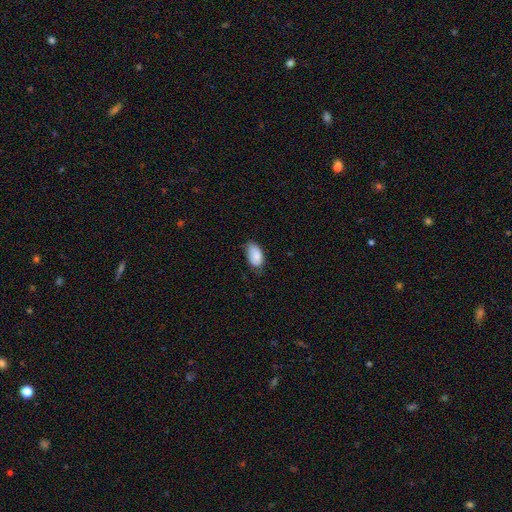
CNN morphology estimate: This appears to be a smooth galaxy with no disk features (85%) that is in between round and cigar-shaped (94%). Merging: none (64%).